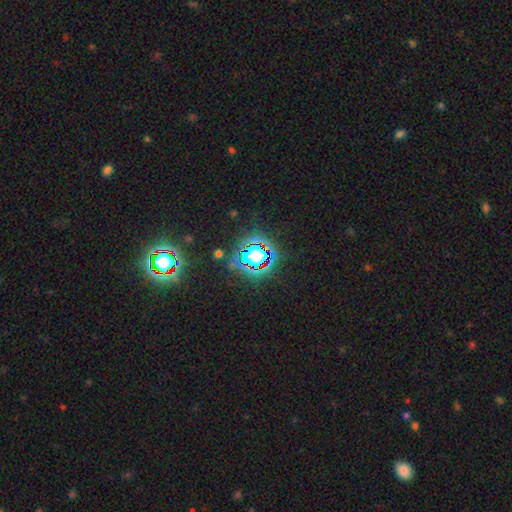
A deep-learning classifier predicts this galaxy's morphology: The model was most divided on "smooth or featured": star or artifact: 79%, smooth: 13%, featured or disk: 8%.